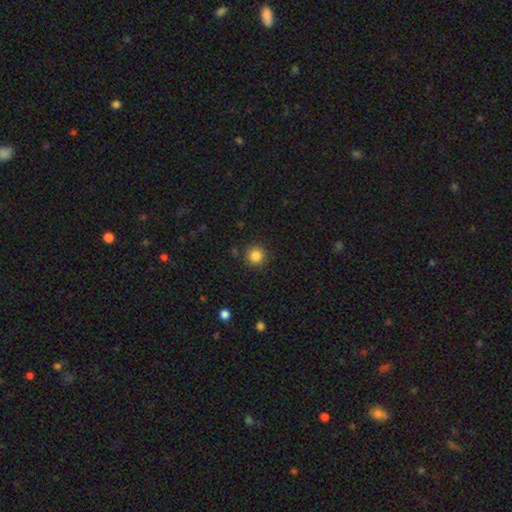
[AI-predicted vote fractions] Smooth or featured: smooth — 85% (star or artifact — 11%)
How rounded: round — 94% (in between — 5%)
Merging: none — 89% (minor disturbance — 7%)